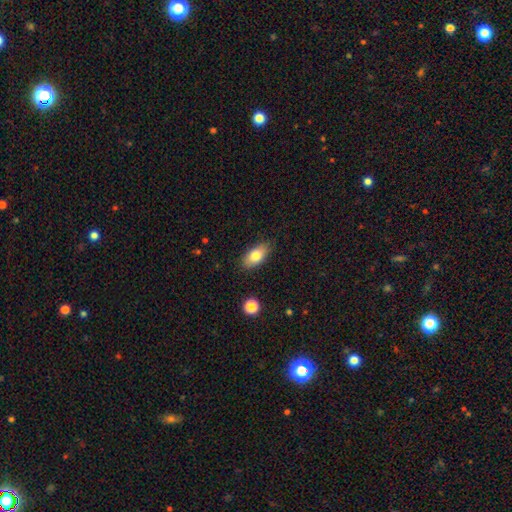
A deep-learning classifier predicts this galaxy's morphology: Smooth or featured: smooth — 78% (featured or disk — 15%)
How rounded: in between — 89% (cigar-shaped — 6%)
Merging: none — 86% (minor disturbance — 10%)